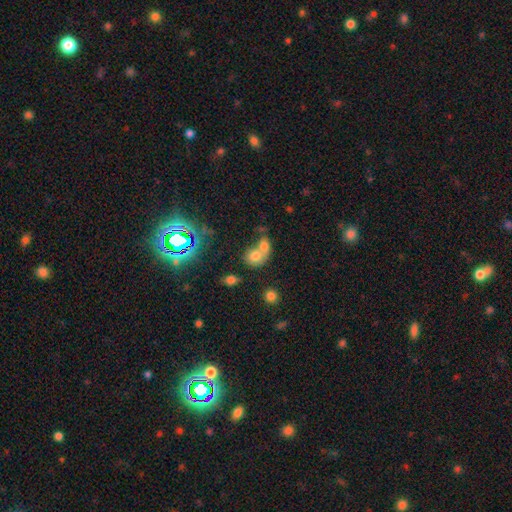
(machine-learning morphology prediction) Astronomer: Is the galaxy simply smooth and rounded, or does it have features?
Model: smooth — 67%.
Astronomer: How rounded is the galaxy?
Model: round — 55% (runner-up: in between, 44%).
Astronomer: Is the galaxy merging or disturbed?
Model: merger — 70%.